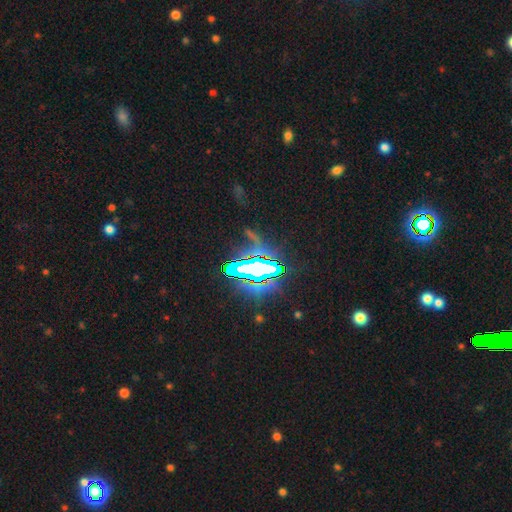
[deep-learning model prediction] Morphology: type=star or artifact (74%).